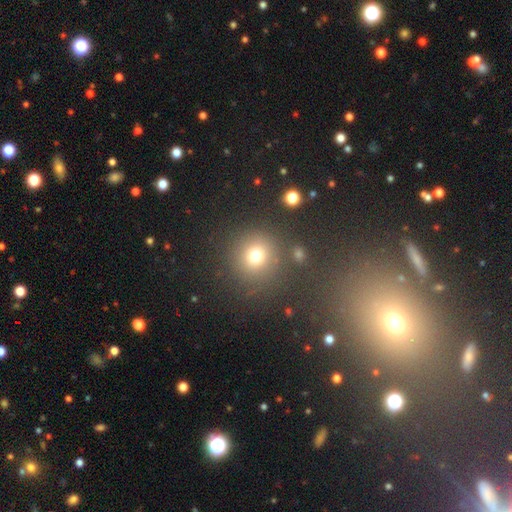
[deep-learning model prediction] Smooth or featured? smooth (73%)
How rounded? round (91%)
Merging? none (80%)